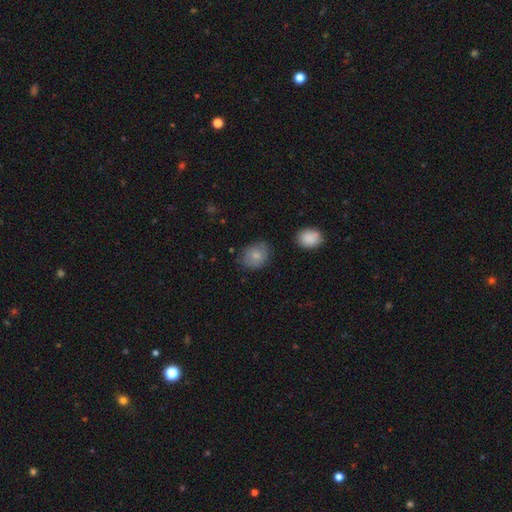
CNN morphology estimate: Overall: smooth (81%). How rounded: round (56%; in between 43%). Merging: none (72%).